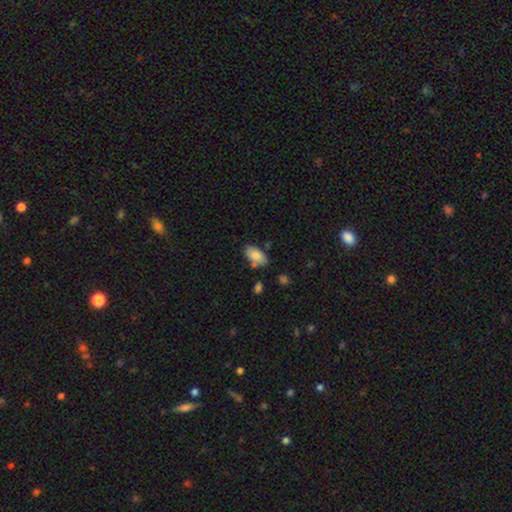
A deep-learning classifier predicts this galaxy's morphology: type=smooth (84%); roundness=in between (93%); merging=none (68%).